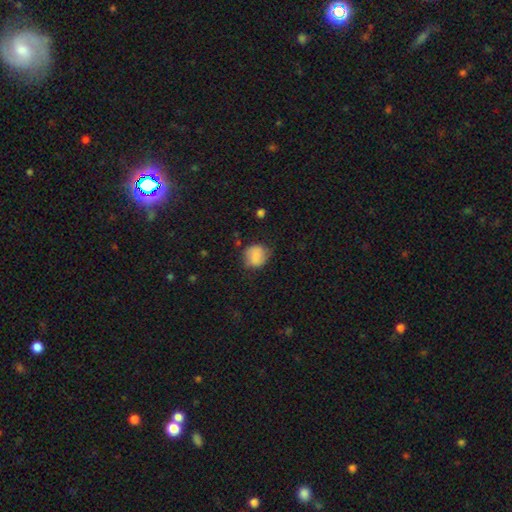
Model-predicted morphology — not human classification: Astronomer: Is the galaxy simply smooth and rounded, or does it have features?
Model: smooth — 75%.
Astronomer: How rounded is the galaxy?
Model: round — 77%.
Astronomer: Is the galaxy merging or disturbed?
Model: none — 67%.